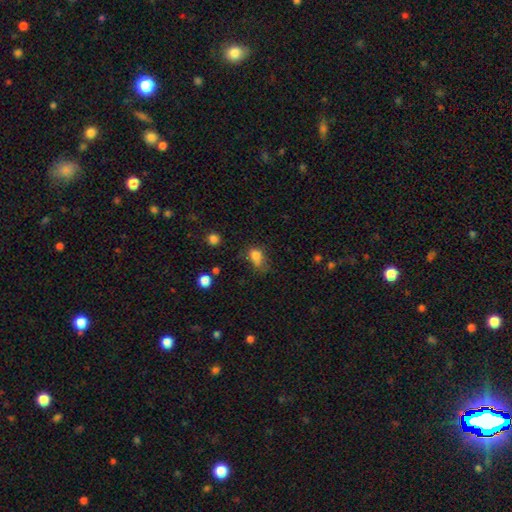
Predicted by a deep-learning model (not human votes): Smooth or featured: smooth — 78% (star or artifact — 12%)
How rounded: in between — 61% (round — 37%)
Merging: none — 35% (minor disturbance — 33%)